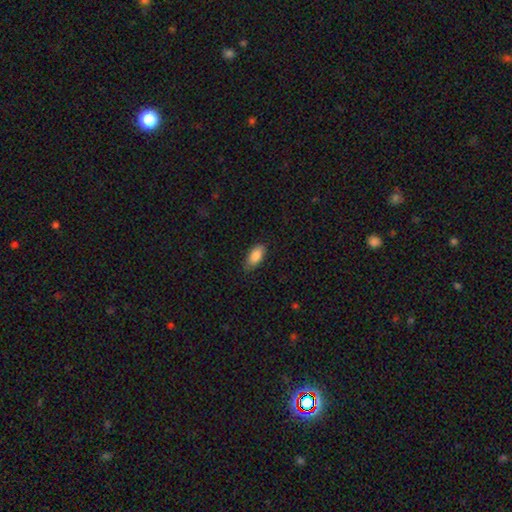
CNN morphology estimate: smooth_or_featured: smooth (p=0.87) [alt: featured or disk p=0.06]
how_rounded: in between (p=0.90) [alt: cigar-shaped p=0.08]
merging: none (p=0.82) [alt: minor disturbance p=0.14]